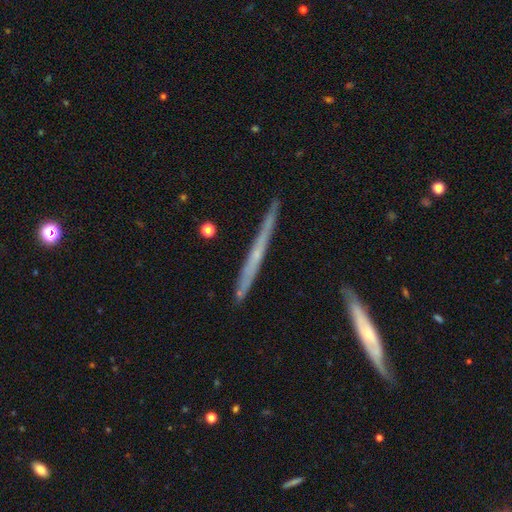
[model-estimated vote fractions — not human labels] smooth_or_featured: featured or disk (p=0.61) [alt: smooth p=0.33]
disk_edge_on: yes (p=0.96) [alt: no p=0.04]
edge_on_bulge: none (p=0.76) [alt: rounded p=0.19]
merging: none (p=0.86) [alt: minor disturbance p=0.11]